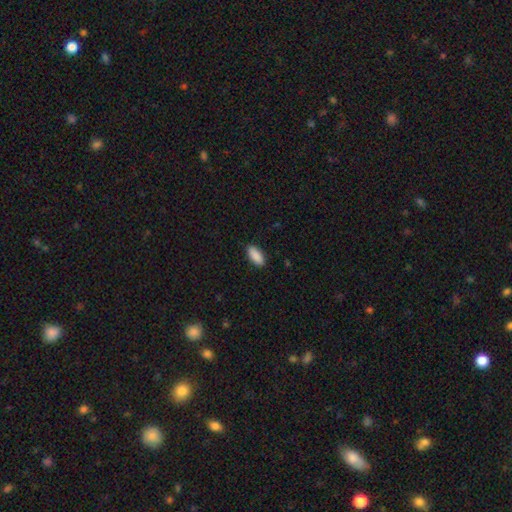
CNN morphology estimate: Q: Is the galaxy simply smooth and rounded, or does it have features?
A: smooth — 90%.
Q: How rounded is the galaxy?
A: in between — 85%.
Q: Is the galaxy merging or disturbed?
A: none — 89%.